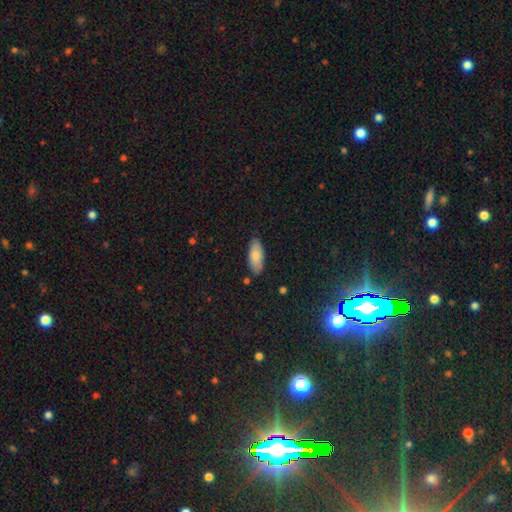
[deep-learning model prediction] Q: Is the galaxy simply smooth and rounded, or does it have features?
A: smooth — 83%.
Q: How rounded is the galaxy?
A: in between — 82%.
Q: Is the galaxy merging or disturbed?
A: none — 84%.